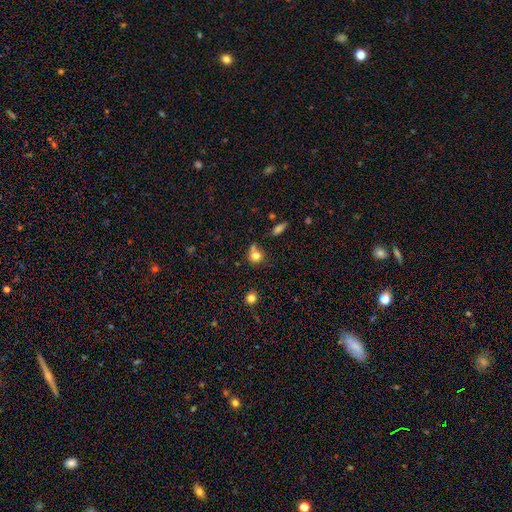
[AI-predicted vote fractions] The model was most divided on "merging": none: 57%, merger: 20%, minor disturbance: 17%, major disturbance: 6%. More confident: how rounded — round (82%); smooth or featured — smooth (78%).